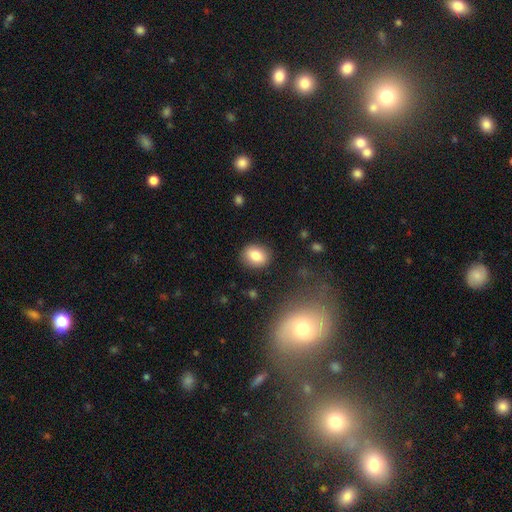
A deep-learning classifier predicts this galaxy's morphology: A smooth galaxy with no disk features (81%) that is in between round and cigar-shaped (50%).

Vote fractions:
- Smooth or featured? smooth: 81% / featured or disk: 10% / star or artifact: 9%
- How rounded? in between: 50% / round: 49% / cigar-shaped: 1%
- Merging? none: 88% / minor disturbance: 8% / major disturbance: 3% / merger: 1%